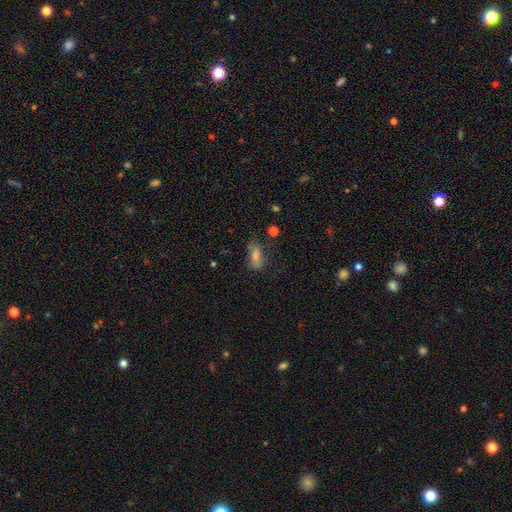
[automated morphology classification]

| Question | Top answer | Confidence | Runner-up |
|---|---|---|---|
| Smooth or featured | smooth | 57% | featured or disk (26%) |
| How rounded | in between | 78% | cigar-shaped (11%) |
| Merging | none | 59% | minor disturbance (25%) |